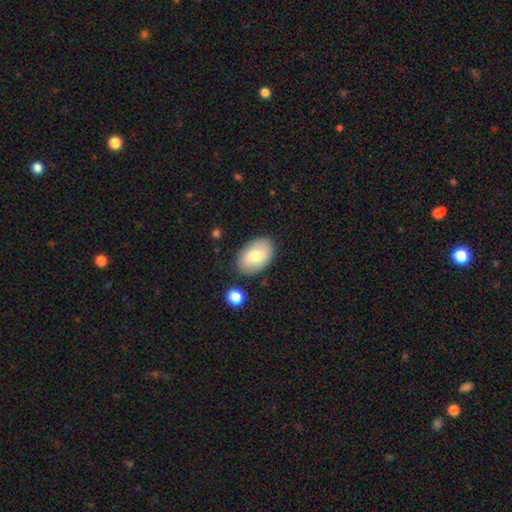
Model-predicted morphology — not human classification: smooth_or_featured: smooth (p=0.73) [alt: featured or disk p=0.21]
how_rounded: in between (p=0.90) [alt: round p=0.09]
merging: none (p=0.83) [alt: minor disturbance p=0.12]